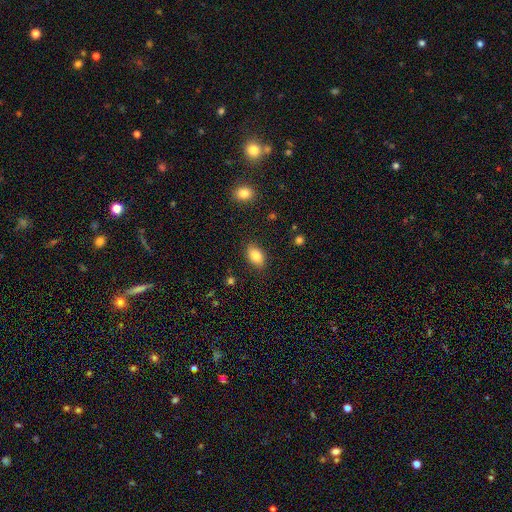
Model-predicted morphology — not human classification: The model was most divided on "smooth or featured": smooth: 83%, featured or disk: 9%, star or artifact: 8%. More confident: how rounded — in between (89%); merging — none (86%).